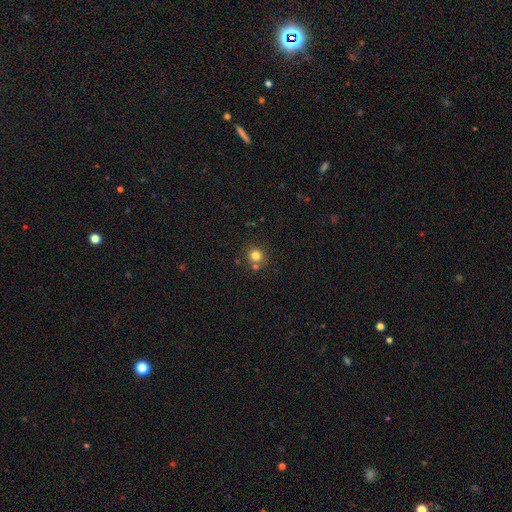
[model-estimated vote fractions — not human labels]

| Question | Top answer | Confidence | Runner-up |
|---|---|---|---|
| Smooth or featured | smooth | 80% | star or artifact (13%) |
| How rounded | round | 91% | in between (8%) |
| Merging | none | 73% | merger (15%) |